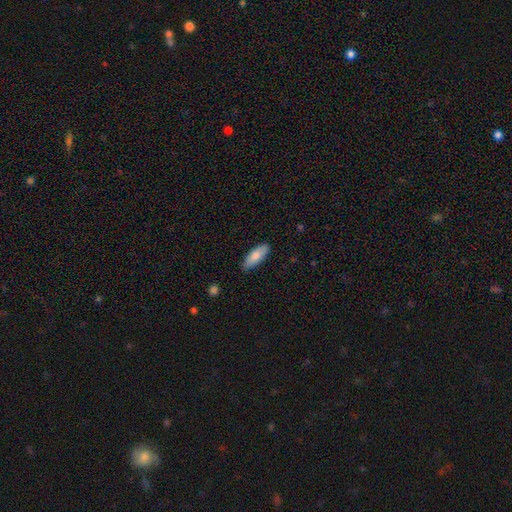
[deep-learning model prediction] A smooth galaxy with no disk features (81%) that is in between round and cigar-shaped (67%). Merging: none (84%).